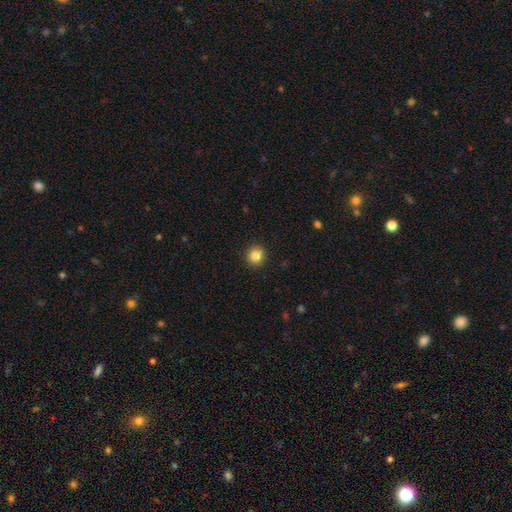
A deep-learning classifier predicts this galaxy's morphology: Overall: smooth (85%). How rounded: round (91%). Merging: none (91%).